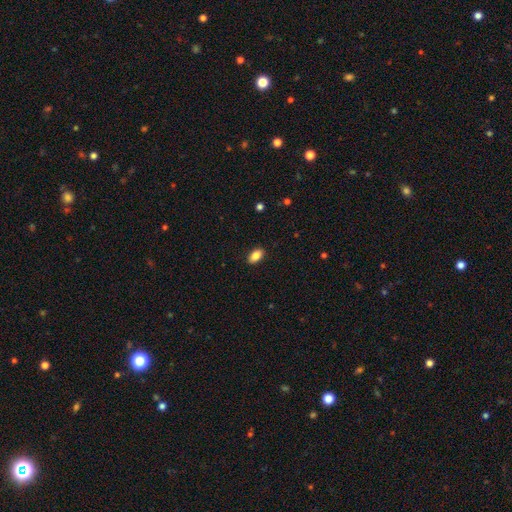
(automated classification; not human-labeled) smooth_or_featured: smooth (p=0.86) [alt: star or artifact p=0.08]
how_rounded: in between (p=0.91) [alt: round p=0.07]
merging: none (p=0.89) [alt: minor disturbance p=0.08]